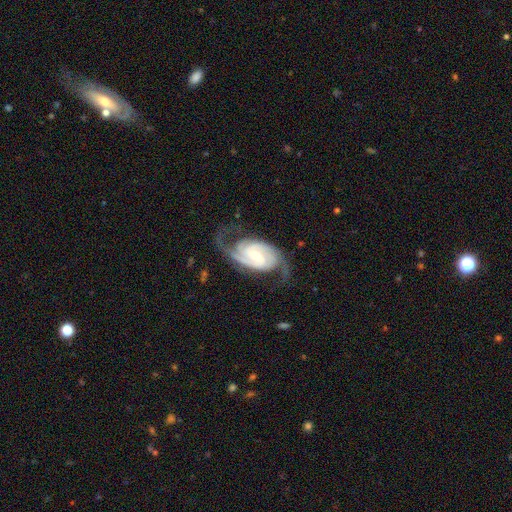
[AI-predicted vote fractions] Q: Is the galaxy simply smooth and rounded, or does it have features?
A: featured or disk — 92%.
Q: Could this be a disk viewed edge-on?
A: no — 97%.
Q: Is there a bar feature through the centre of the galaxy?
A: weak — 46%.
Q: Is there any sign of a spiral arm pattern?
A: yes — 98%.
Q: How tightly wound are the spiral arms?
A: tight — 44%, tied with medium.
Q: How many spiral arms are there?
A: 2 — 82%.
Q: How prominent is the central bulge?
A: moderate — 54%.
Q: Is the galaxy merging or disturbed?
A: none — 70%.